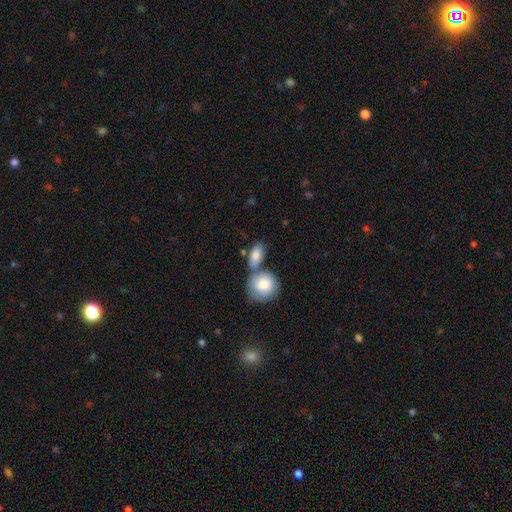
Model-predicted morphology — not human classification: This appears to be a smooth galaxy with no disk features (83%) that is in between round and cigar-shaped (80%). Merging: none (43%).